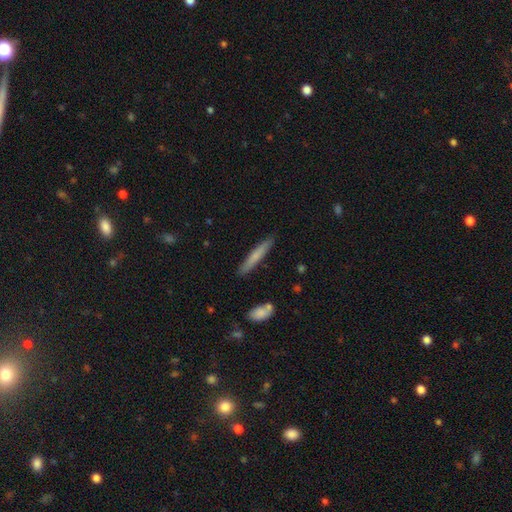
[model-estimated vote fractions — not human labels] smooth 67%, featured or disk 27%, star or artifact 6%. Down the decision tree: how rounded — cigar-shaped (94%); merging — none (89%).